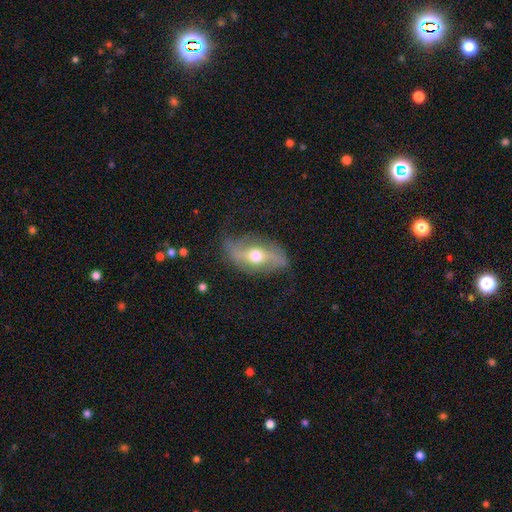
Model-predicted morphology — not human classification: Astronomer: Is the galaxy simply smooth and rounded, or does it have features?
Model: featured or disk — 75%.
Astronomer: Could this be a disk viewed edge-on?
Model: no — 83%.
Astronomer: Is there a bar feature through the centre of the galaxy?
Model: strong — 37% (runner-up: no, 32%).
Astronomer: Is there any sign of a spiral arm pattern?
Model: yes — 78%.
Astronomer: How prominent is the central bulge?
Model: moderate — 75%.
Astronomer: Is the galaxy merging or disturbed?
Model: none — 68%.